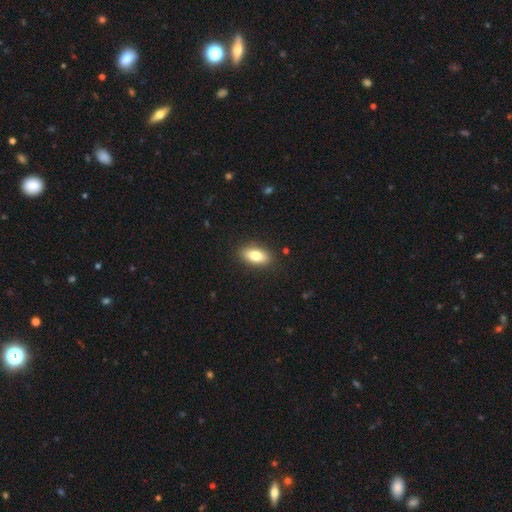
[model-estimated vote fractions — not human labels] smooth 79%, featured or disk 14%, star or artifact 7%. Down the decision tree: how rounded — in between (88%); merging — none (88%).